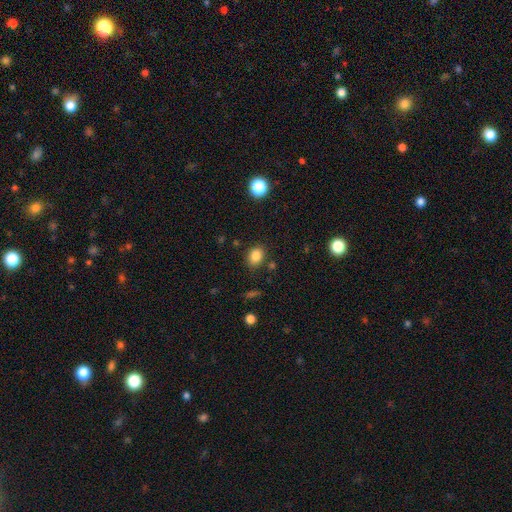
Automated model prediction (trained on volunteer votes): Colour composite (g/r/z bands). It shows a smooth galaxy with no disk features (84%) that is in between round and cigar-shaped (58%). Merging: none (83%).